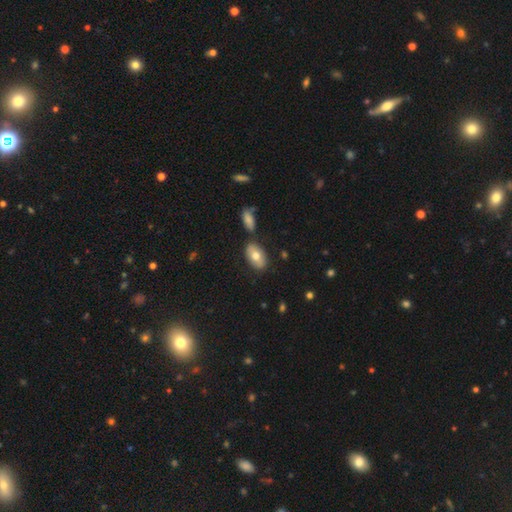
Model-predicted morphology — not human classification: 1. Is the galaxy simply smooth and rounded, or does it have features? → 71% smooth, 23% featured or disk, 6% star or artifact.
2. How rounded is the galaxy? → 93% in between, 5% round, 2% cigar-shaped.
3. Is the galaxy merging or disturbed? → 75% none, 13% minor disturbance, 9% merger, 3% major disturbance.